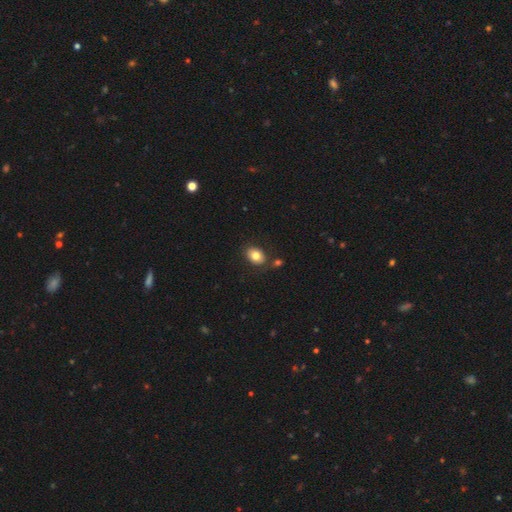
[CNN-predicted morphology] Q: Smooth or featured?
A: smooth (82%); runner-up: featured or disk (10%)
Q: How rounded?
A: in between (71%); runner-up: round (28%)
Q: Merging?
A: none (78%); runner-up: minor disturbance (12%)